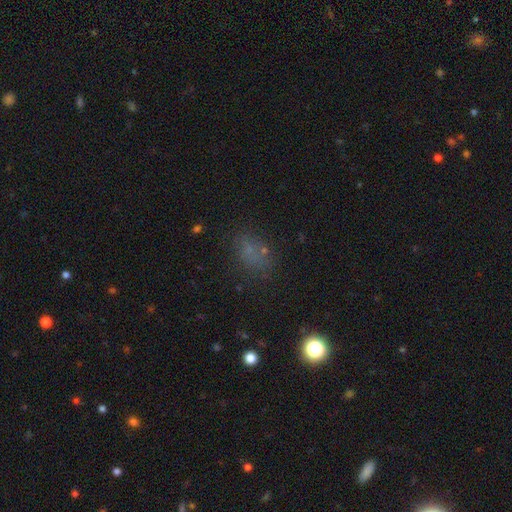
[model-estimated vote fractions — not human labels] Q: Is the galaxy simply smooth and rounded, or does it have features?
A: smooth — 55%.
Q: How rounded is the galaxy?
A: in between — 69%.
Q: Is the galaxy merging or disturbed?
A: none — 63%.